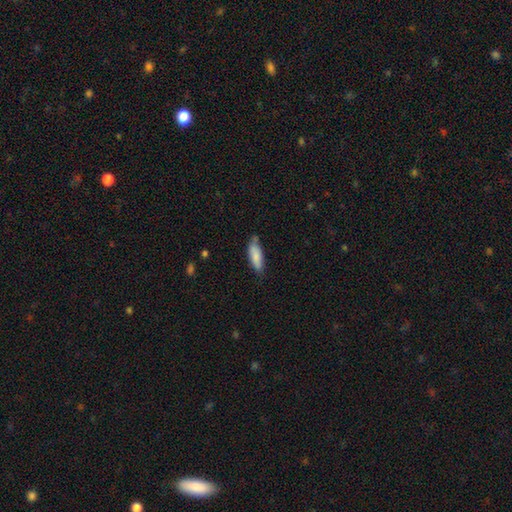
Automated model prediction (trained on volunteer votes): Smooth or featured? Predicted: smooth (p=0.83). How rounded? Predicted: in between (p=0.58). Merging? Predicted: none (p=0.66).